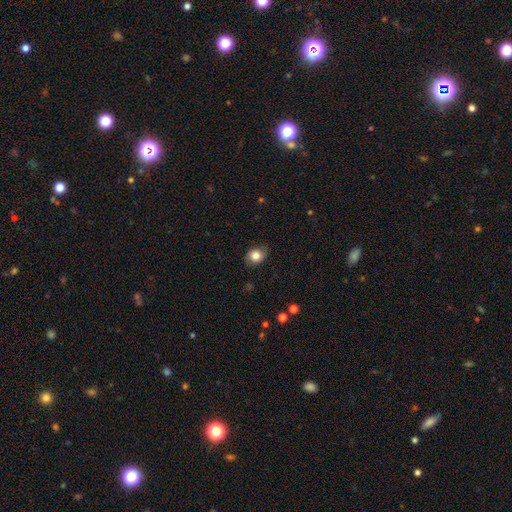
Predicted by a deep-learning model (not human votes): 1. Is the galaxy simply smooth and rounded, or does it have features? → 83% smooth, 9% star or artifact, 8% featured or disk.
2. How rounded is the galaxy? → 53% round, 46% in between, 1% cigar-shaped.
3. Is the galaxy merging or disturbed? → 83% none, 13% minor disturbance, 3% major disturbance, 1% merger.